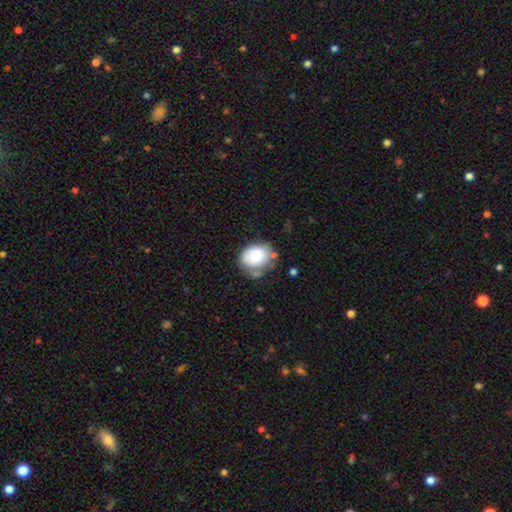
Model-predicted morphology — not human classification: smooth-or-featured: smooth: 70% | featured or disk: 23% | star or artifact: 8%
  how-rounded: in between: 51% | round: 48% | cigar-shaped: 1%
  merging: none: 47% | minor disturbance: 31% | major disturbance: 12% | merger: 10%